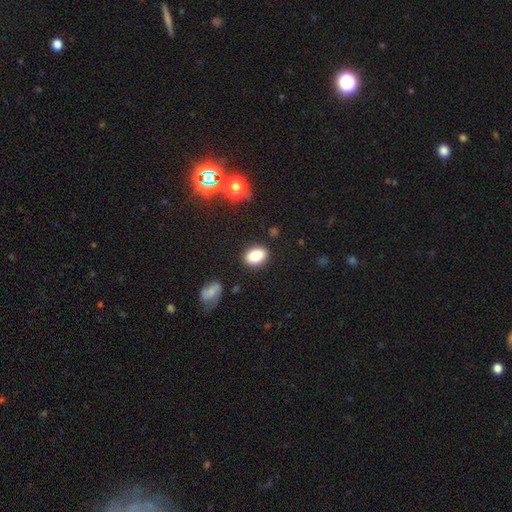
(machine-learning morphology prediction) smooth-or-featured: smooth: 83% | star or artifact: 9% | featured or disk: 8%
  how-rounded: in between: 78% | round: 21% | cigar-shaped: 1%
  merging: none: 85% | minor disturbance: 10% | major disturbance: 3% | merger: 2%